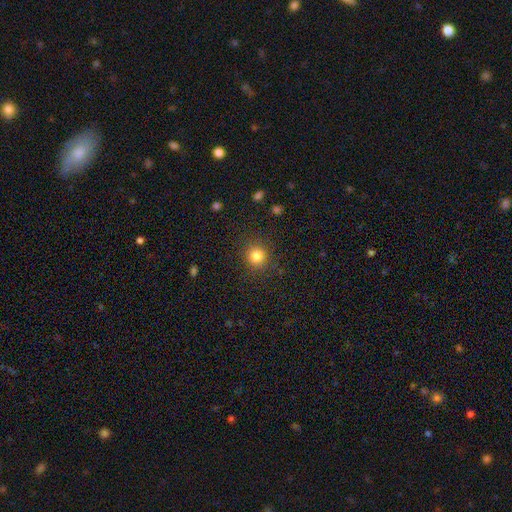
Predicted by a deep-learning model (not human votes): Smooth or featured? smooth (83%)
How rounded? round (91%)
Merging? none (88%)